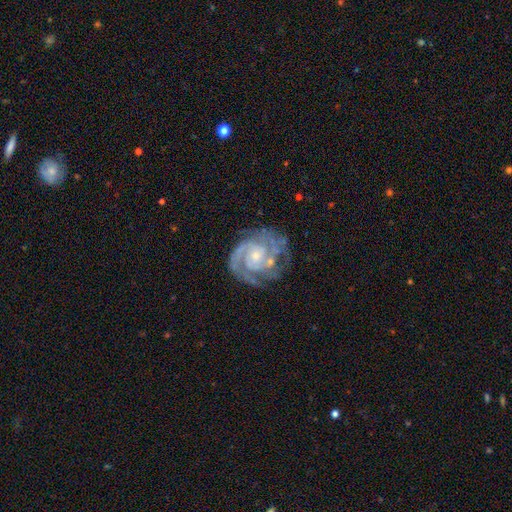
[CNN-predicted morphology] A featured or disk galaxy (89%) with no bar (68%), 2 (39%) tight (66%) spiral arms (97%) and a small central bulge (67%). Merging: none (70%).